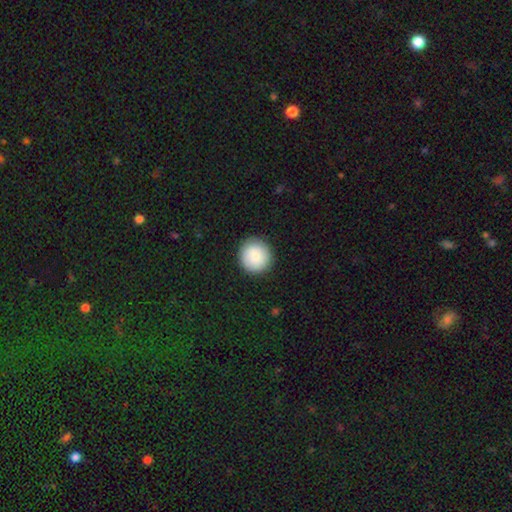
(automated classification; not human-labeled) Smooth or featured? Predicted: smooth (p=0.85). How rounded? Predicted: round (p=0.94). Merging? Predicted: none (p=0.89).